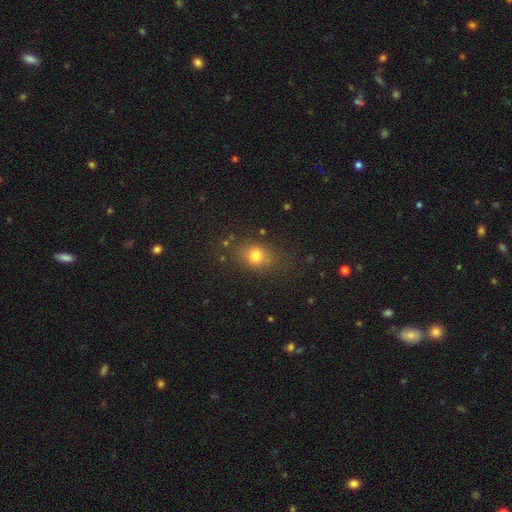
Smooth or featured?
  - smooth: 69% *
  - featured or disk: 21%
  - star or artifact: 10%
How rounded?
  - in between: 67% *
  - round: 33%
  - cigar-shaped: 0%
Merging?
  - none: 71% *
  - minor disturbance: 17%
  - major disturbance: 9%
  - merger: 3%